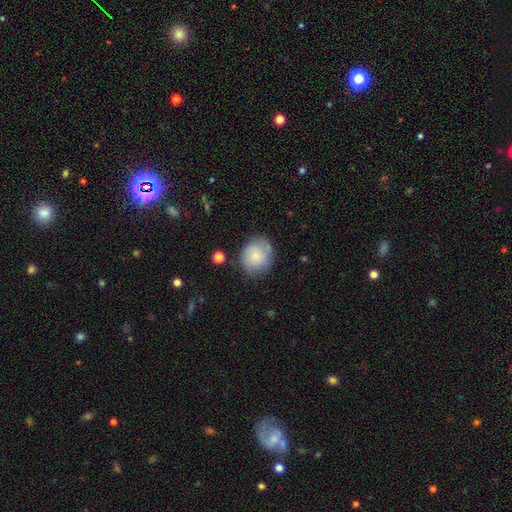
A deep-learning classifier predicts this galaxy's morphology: Smooth or featured? Predicted: smooth (p=0.75). How rounded? Predicted: round (p=0.69). Merging? Predicted: none (p=0.70).